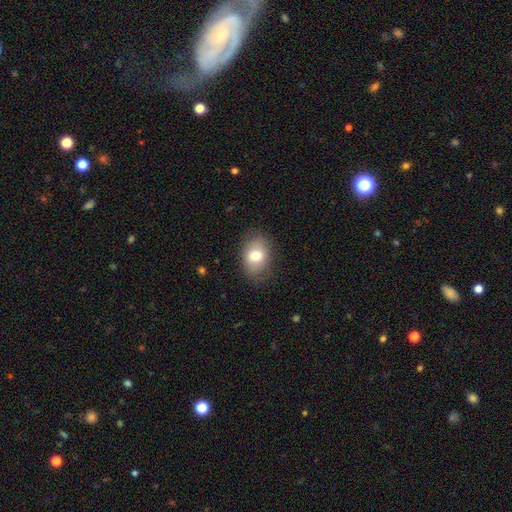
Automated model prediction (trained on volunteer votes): Smooth or featured?
  - smooth: 74% *
  - featured or disk: 17%
  - star or artifact: 9%
How rounded?
  - in between: 74% *
  - round: 25%
  - cigar-shaped: 1%
Merging?
  - none: 80% *
  - minor disturbance: 15%
  - major disturbance: 4%
  - merger: 1%